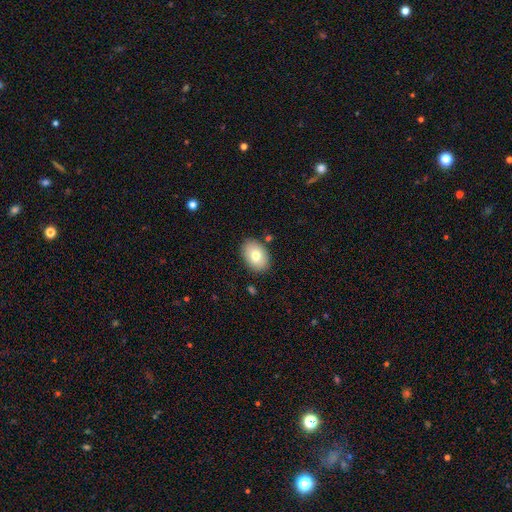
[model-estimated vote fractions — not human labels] This is likely a smooth galaxy (76%). How rounded: clearly in between (81%). Merging: clearly none (85%).